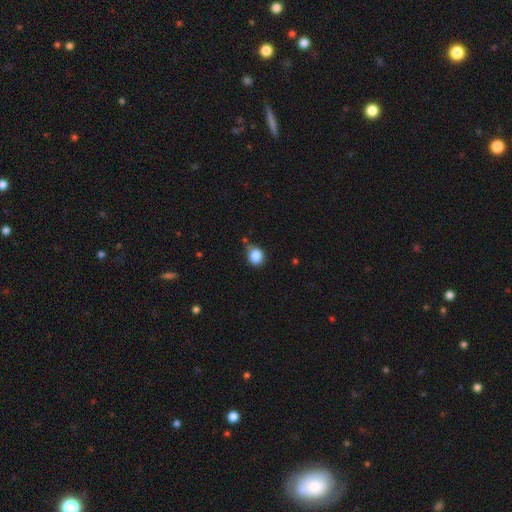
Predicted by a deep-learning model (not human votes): Smooth or featured? smooth (86%)
How rounded? round (72%)
Merging? none (71%)